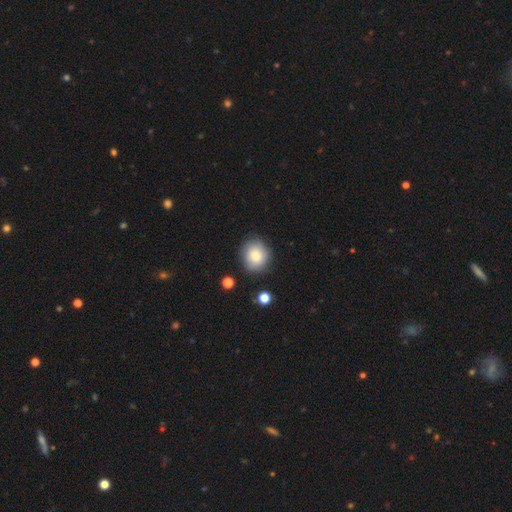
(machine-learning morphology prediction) smooth 81%, featured or disk 10%, star or artifact 9%. Down the decision tree: how rounded — round (82%); merging — none (82%).